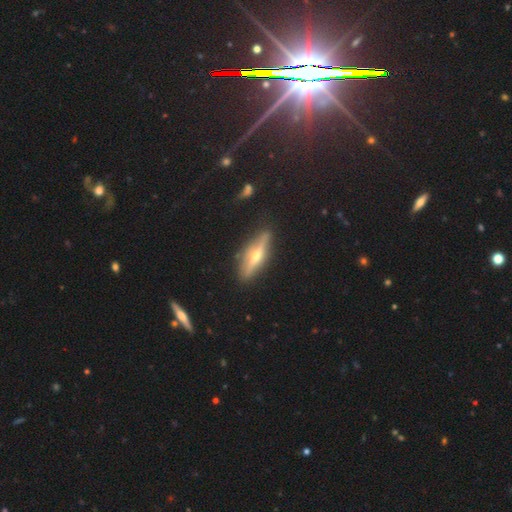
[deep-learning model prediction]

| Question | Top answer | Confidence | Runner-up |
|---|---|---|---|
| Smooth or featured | featured or disk | 67% | smooth (22%) |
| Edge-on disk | yes | 91% | no (9%) |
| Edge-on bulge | rounded | 93% | none (4%) |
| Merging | none | 85% | minor disturbance (11%) |